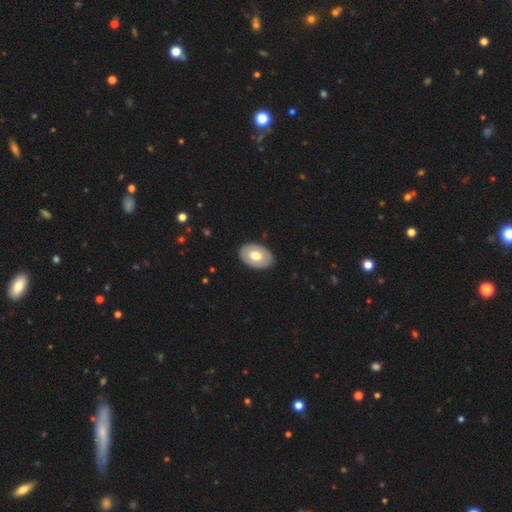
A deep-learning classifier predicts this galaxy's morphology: Smooth or featured? Predicted: smooth (p=0.59). How rounded? Predicted: in between (p=0.88). Merging? Predicted: none (p=0.87).